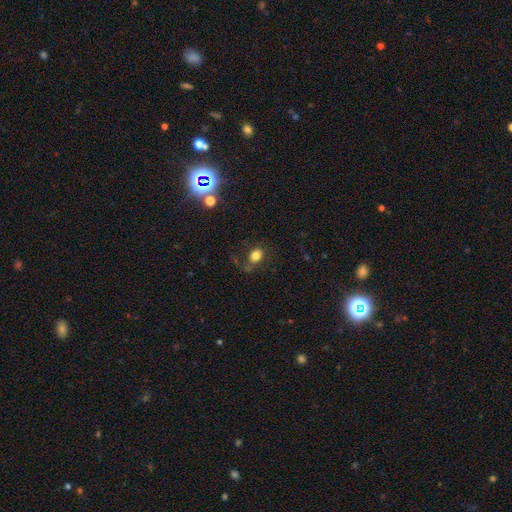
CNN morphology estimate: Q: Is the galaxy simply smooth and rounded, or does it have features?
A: smooth — 78%.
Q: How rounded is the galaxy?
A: in between — 62%.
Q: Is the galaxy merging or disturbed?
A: none — 61%.